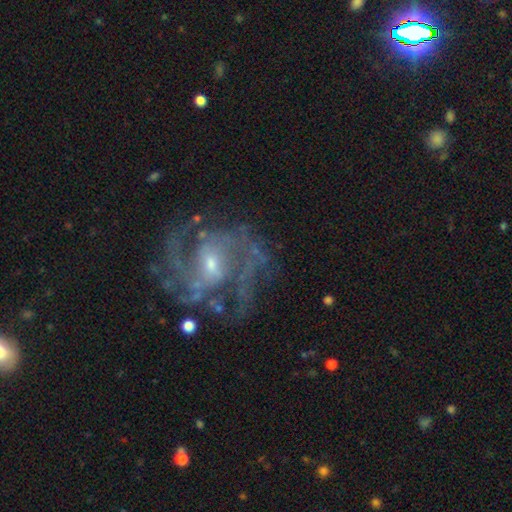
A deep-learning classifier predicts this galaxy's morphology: smooth-or-featured: featured or disk: 88% | star or artifact: 7% | smooth: 4%
  disk-edge-on: no: 98% | yes: 2%
    bar: weak: 48% | no: 37% | strong: 14%
    has-spiral-arms: yes: 95% | no: 5%
      spiral-winding: medium: 53% | tight: 30% | loose: 17%
      spiral-arm-count: 2: 44% | 3: 20% | can't tell: 17% | 4: 8% | 1: 6% | more than 4: 5%
    bulge-size: small: 60% | moderate: 35% | none: 2% | large: 2% | dominant: 1%
  merging: none: 67% | minor disturbance: 16% | major disturbance: 14% | merger: 2%